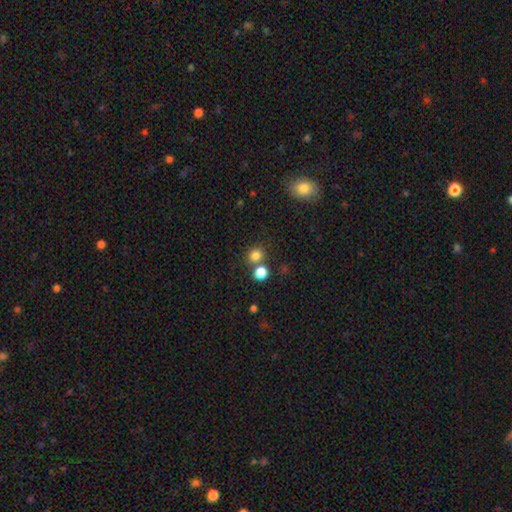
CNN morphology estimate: smooth_or_featured: smooth (p=0.80) [alt: star or artifact p=0.14]
how_rounded: round (p=0.86) [alt: in between p=0.13]
merging: none (p=0.68) [alt: merger p=0.22]